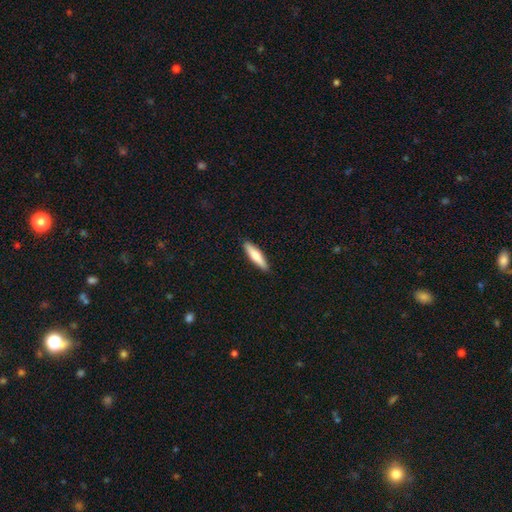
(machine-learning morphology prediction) A smooth galaxy with no disk features (71%) that is cigar-shaped (76%). Merging: none (90%).